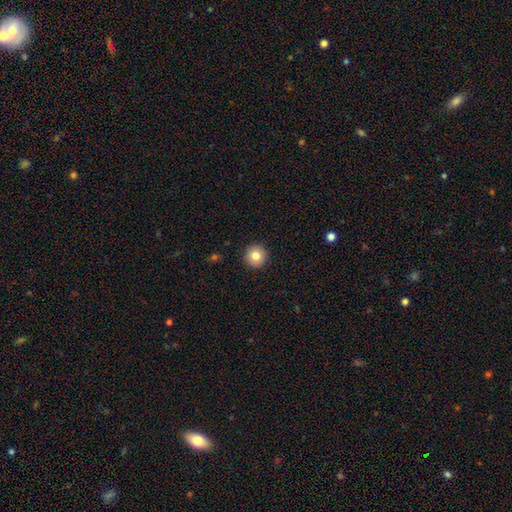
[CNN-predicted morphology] Overall: smooth (81%). How rounded: round (96%). Merging: none (93%).